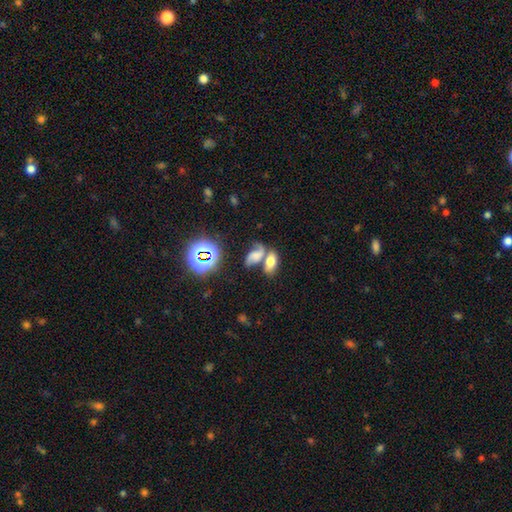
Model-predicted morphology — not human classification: A smooth galaxy with no disk features (50%).

Vote fractions:
- Smooth or featured? smooth: 50% / featured or disk: 30% / star or artifact: 20%
- Merging? merger: 51% / none: 29% / minor disturbance: 11% / major disturbance: 9%